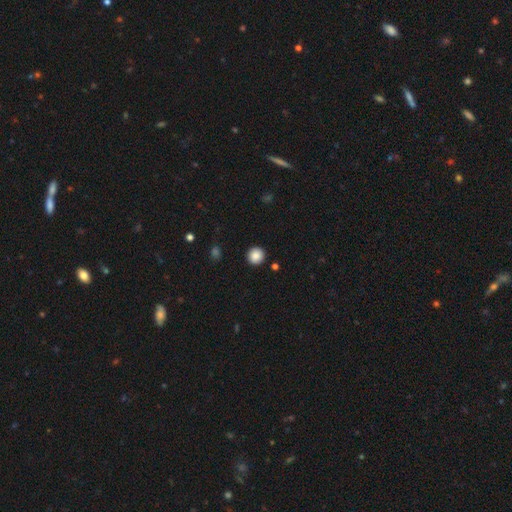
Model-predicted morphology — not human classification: smooth 87%, star or artifact 9%, featured or disk 4%. Down the decision tree: how rounded — round (95%); merging — none (92%).